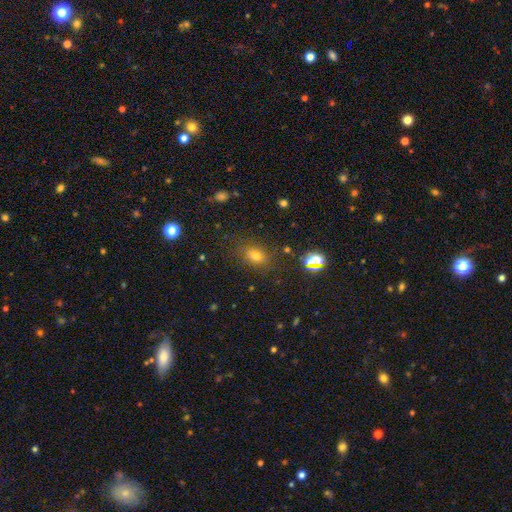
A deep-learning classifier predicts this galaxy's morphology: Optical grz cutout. It shows a smooth galaxy with no disk features (68%) that is in between round and cigar-shaped (65%). Merging: none (80%).